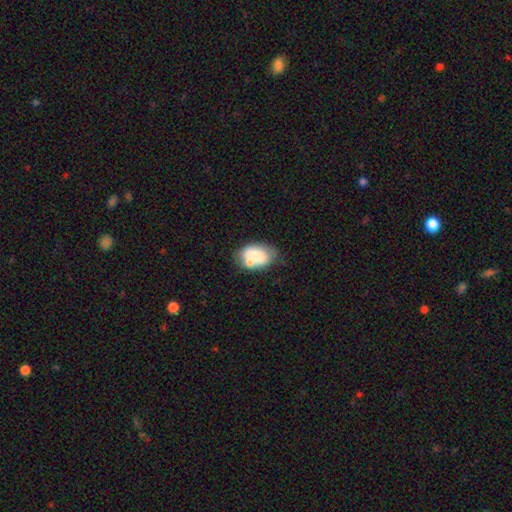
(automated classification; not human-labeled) Morphology: type=smooth (66%); roundness=in between (83%); merging=none (41%).